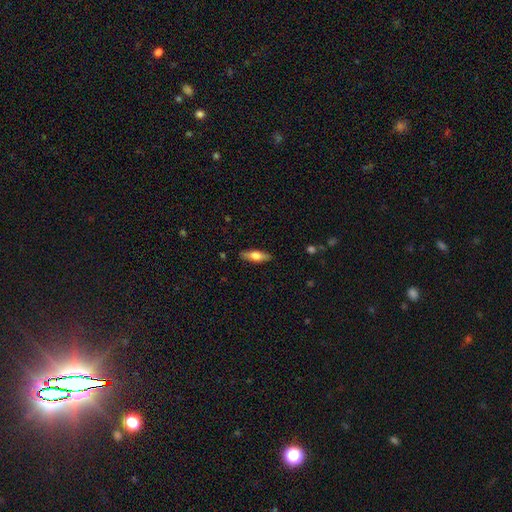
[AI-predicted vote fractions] Smooth or featured?
  - smooth: 56% *
  - featured or disk: 38%
  - star or artifact: 6%
How rounded?
  - cigar-shaped: 51% *
  - in between: 46%
  - round: 3%
Merging?
  - none: 88% *
  - minor disturbance: 9%
  - major disturbance: 2%
  - merger: 1%